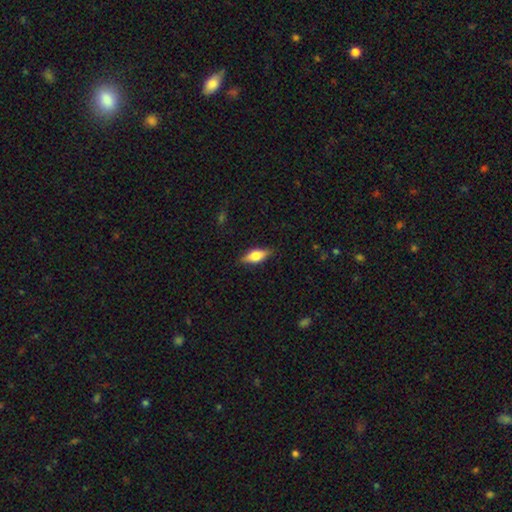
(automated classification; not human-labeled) Overall: smooth (57%; featured or disk 35%). How rounded: in between (73%). Merging: none (84%).